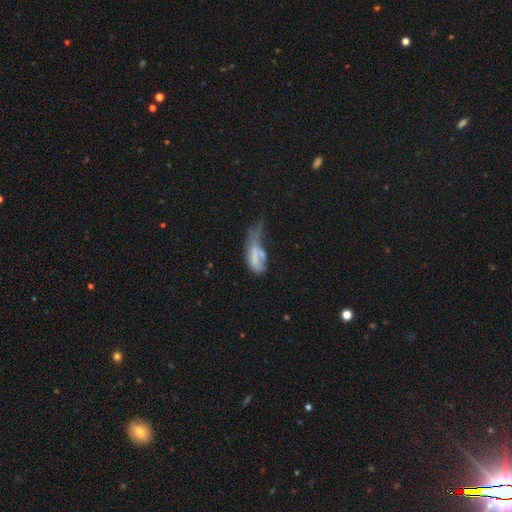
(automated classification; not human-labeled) Morphology: type=smooth (59%); roundness=in between (80%); merging=major disturbance (53%).